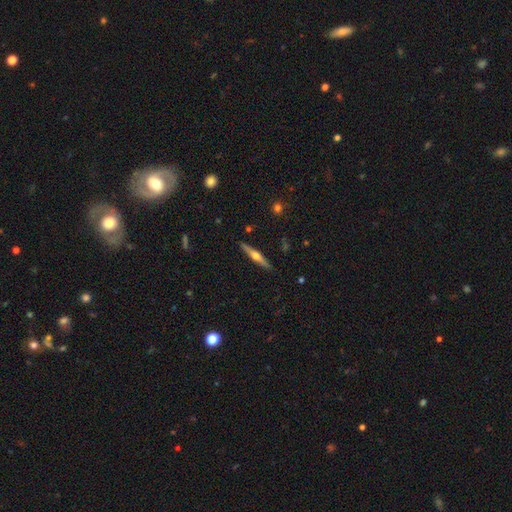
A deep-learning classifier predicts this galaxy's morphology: Smooth or featured? Predicted: featured or disk (p=0.67). Edge-on disk? Predicted: yes (p=0.97). Edge-on bulge? Predicted: rounded (p=0.92). Merging? Predicted: none (p=0.91).